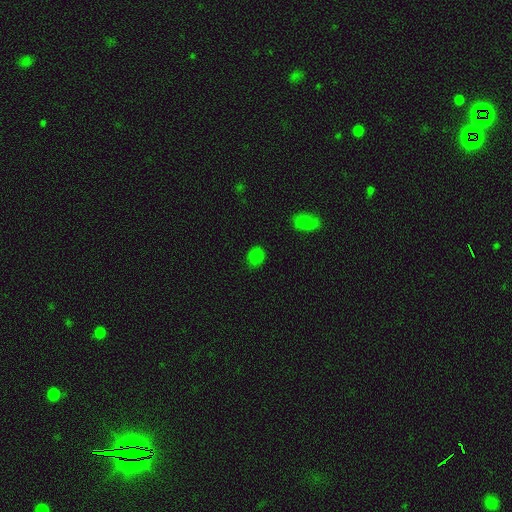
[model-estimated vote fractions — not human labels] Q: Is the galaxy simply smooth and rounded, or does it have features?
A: smooth — 79%.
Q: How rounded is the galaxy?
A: round — 57%.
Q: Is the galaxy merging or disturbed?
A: none — 79%.